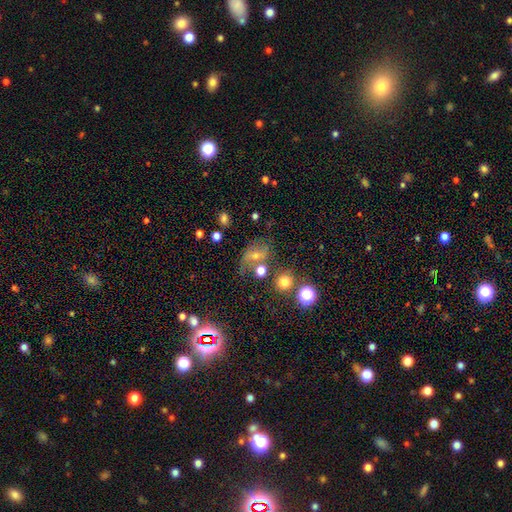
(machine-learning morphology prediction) A featured or disk galaxy (39%).

Vote fractions:
- Smooth or featured? featured or disk: 39% / star or artifact: 33% / smooth: 28%
- Merging? none: 53% / minor disturbance: 20% / major disturbance: 15% / merger: 13%